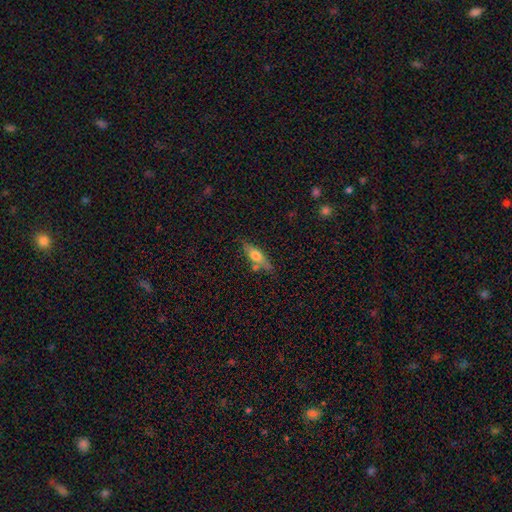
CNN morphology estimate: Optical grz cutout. It shows a smooth galaxy with no disk features (58%) that is cigar-shaped (50%). Merging: none (65%).